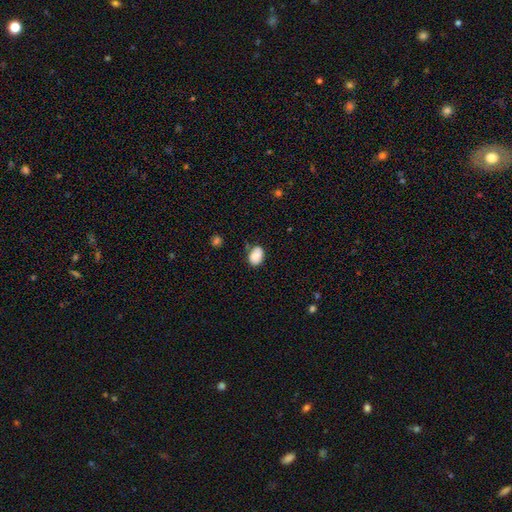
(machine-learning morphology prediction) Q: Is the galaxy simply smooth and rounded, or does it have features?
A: smooth — 78%.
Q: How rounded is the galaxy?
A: in between — 74%.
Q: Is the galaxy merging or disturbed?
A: none — 63%.